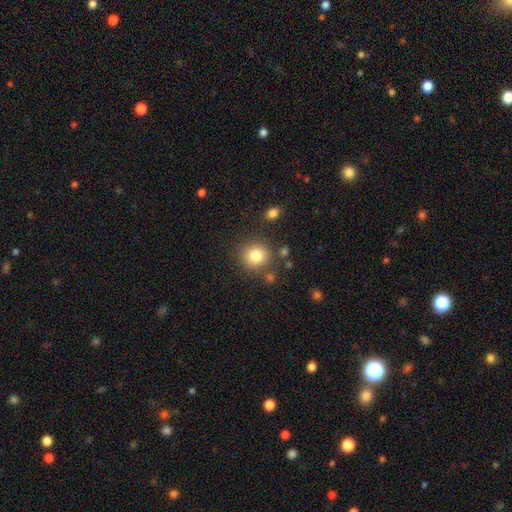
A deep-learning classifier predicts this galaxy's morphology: smooth-or-featured: smooth: 82% | star or artifact: 11% | featured or disk: 7%
  how-rounded: round: 88% | in between: 11% | cigar-shaped: 1%
  merging: none: 83% | minor disturbance: 9% | merger: 5% | major disturbance: 4%